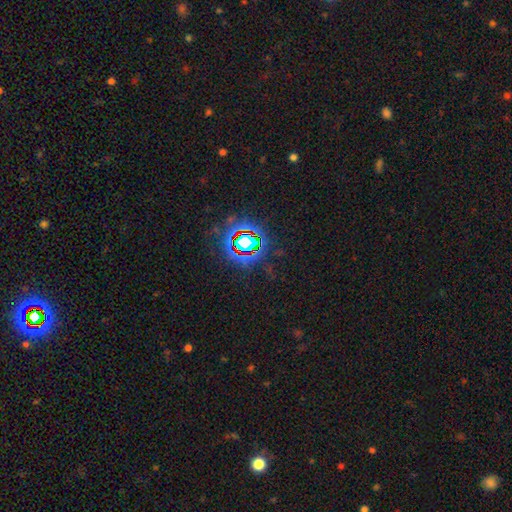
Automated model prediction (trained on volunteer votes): A star or artifact, not a galaxy (81%).